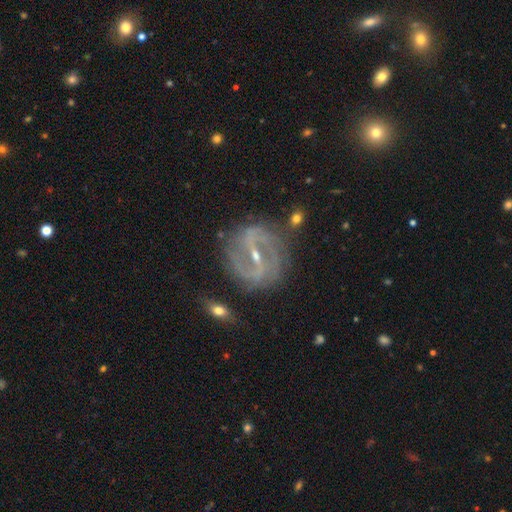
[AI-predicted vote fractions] smooth-or-featured: featured or disk: 86% | star or artifact: 8% | smooth: 6%
  disk-edge-on: no: 95% | yes: 5%
    bar: strong: 61% | weak: 29% | no: 10%
    has-spiral-arms: yes: 92% | no: 8%
      spiral-winding: medium: 45% | tight: 36% | loose: 19%
      spiral-arm-count: 2: 79% | can't tell: 9% | 3: 5% | 1: 3% | 4: 2% | more than 4: 2%
    bulge-size: small: 73% | moderate: 23% | none: 2% | large: 1% | dominant: 1%
  merging: none: 76% | minor disturbance: 14% | major disturbance: 6% | merger: 3%